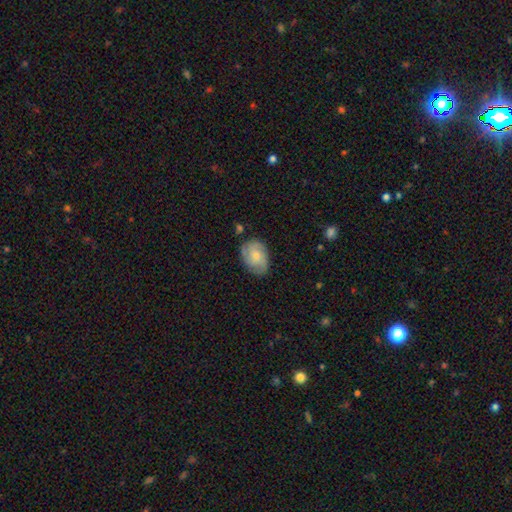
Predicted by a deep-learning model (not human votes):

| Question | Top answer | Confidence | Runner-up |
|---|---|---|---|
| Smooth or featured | smooth | 50% | featured or disk (43%) |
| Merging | none | 69% | minor disturbance (23%) |